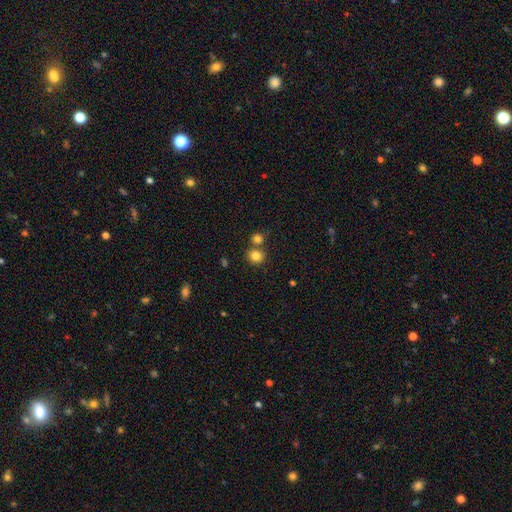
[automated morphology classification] smooth 83%, star or artifact 12%, featured or disk 6%. Down the decision tree: how rounded — round (85%); merging — none (67%).